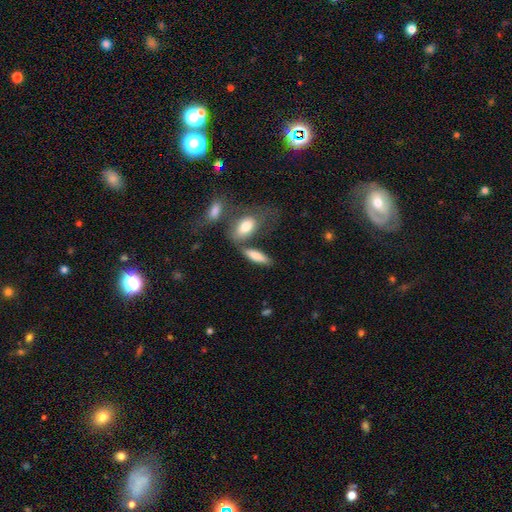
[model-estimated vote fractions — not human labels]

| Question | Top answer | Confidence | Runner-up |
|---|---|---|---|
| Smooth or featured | smooth | 79% | featured or disk (15%) |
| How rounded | in between | 52% | cigar-shaped (45%) |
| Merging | none | 58% | merger (21%) |